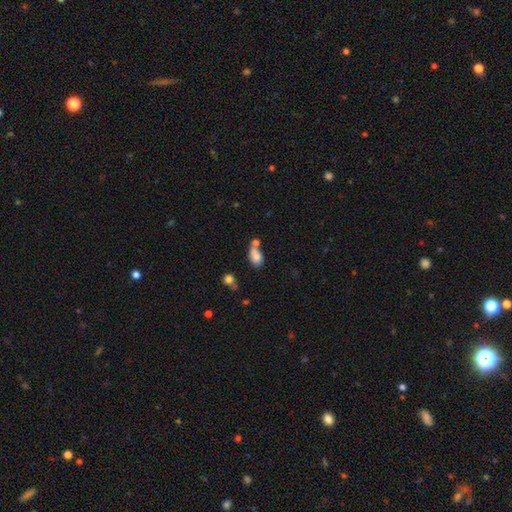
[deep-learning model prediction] Overall: smooth (77%). How rounded: in between (85%). Merging: merger (38%; none 36%).